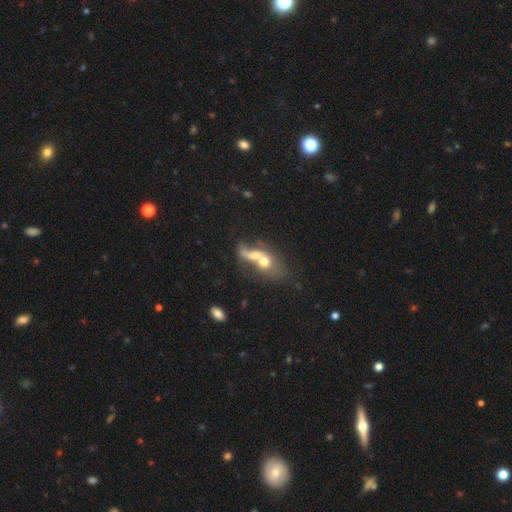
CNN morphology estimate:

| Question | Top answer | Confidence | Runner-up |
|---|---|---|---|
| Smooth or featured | smooth | 52% | featured or disk (36%) |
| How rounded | in between | 55% | round (36%) |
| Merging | merger | 72% | none (11%) |